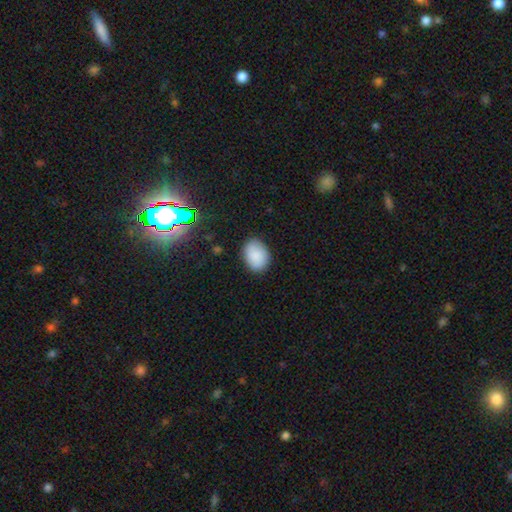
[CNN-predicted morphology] type=smooth (84%); roundness=in between (68%); merging=none (84%).